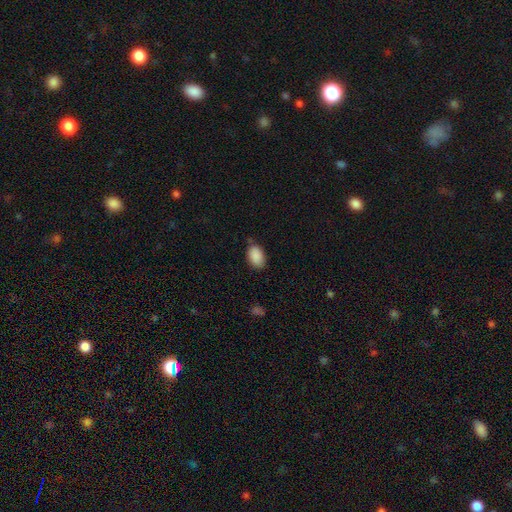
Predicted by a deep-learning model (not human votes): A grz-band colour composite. It shows a smooth galaxy with no disk features (89%) that is in between round and cigar-shaped (88%). Merging: none (73%).